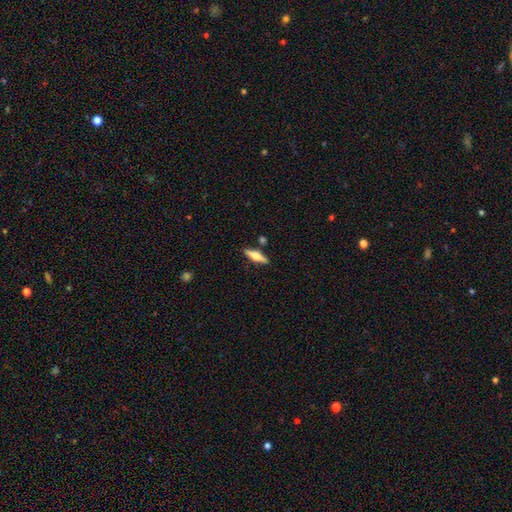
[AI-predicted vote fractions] Overall: featured or disk (53%; smooth 41%). Edge-on disk: yes (95%). Edge-on bulge: rounded (91%). Merging: none (85%).